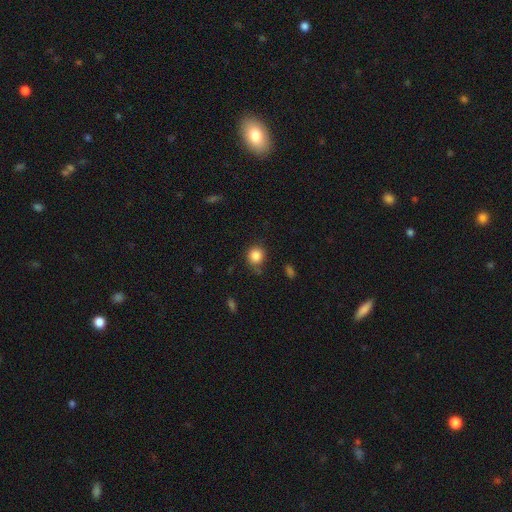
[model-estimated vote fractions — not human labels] A smooth galaxy with no disk features (86%) that is round (87%). Merging: none (73%).